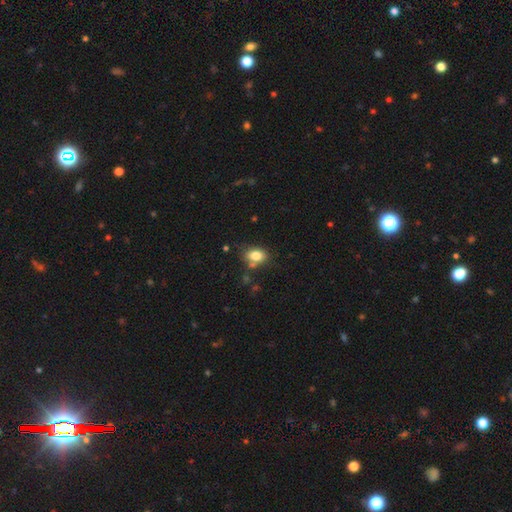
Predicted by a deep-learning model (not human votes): Smooth or featured: smooth — 81% (star or artifact — 10%)
How rounded: in between — 74% (round — 24%)
Merging: none — 64% (minor disturbance — 19%)